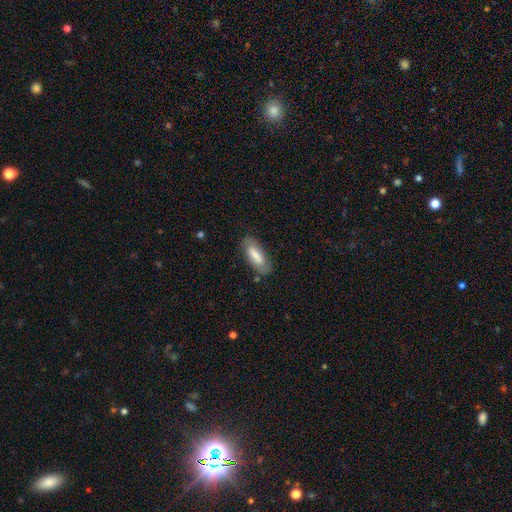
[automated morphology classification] smooth_or_featured: smooth (p=0.72) [alt: featured or disk p=0.22]
how_rounded: in between (p=0.66) [alt: cigar-shaped p=0.32]
merging: none (p=0.79) [alt: minor disturbance p=0.15]